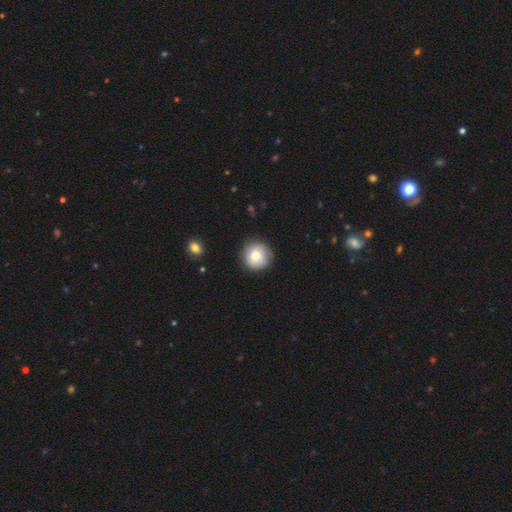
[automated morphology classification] Smooth or featured?
  - smooth: 77% *
  - featured or disk: 14%
  - star or artifact: 9%
How rounded?
  - round: 95% *
  - in between: 4%
  - cigar-shaped: 1%
Merging?
  - none: 86% *
  - minor disturbance: 10%
  - major disturbance: 3%
  - merger: 1%